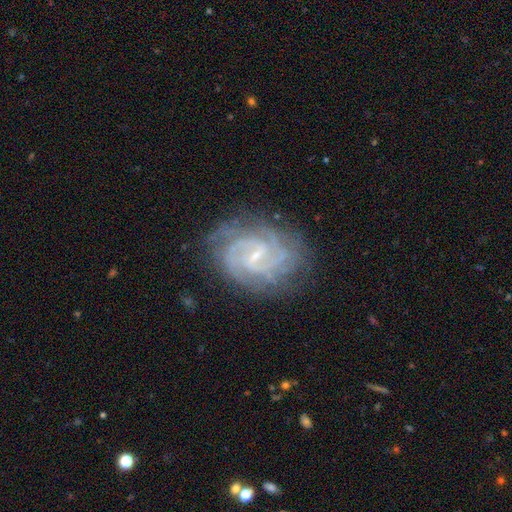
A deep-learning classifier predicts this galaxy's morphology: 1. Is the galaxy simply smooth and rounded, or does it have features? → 89% featured or disk, 6% star or artifact, 5% smooth.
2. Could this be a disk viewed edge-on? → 98% no, 2% yes.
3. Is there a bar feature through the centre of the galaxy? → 55% weak, 23% strong, 22% no.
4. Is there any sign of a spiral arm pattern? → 98% yes, 2% no.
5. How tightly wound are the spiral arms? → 65% tight, 30% medium, 5% loose.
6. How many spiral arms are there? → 33% 2, 20% can't tell, 18% 3, 15% 4, 7% more than 4, 7% 1.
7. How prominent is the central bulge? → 76% small, 15% moderate, 7% none, 1% large, 1% dominant.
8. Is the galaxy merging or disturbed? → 79% none, 15% minor disturbance, 5% major disturbance, 1% merger.